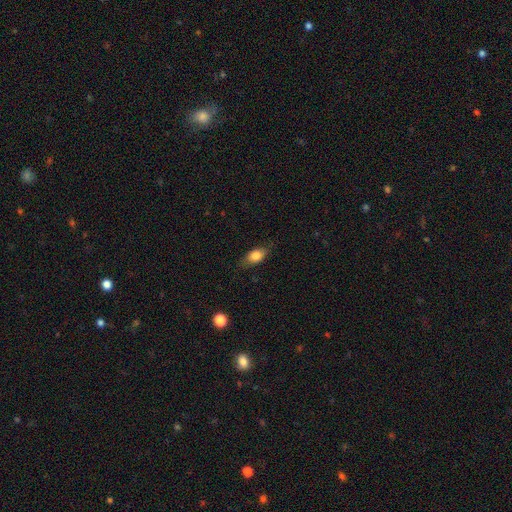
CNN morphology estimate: Smooth or featured?
  - smooth: 78% *
  - featured or disk: 14%
  - star or artifact: 8%
How rounded?
  - in between: 81% *
  - round: 11%
  - cigar-shaped: 9%
Merging?
  - none: 75% *
  - minor disturbance: 19%
  - major disturbance: 5%
  - merger: 1%